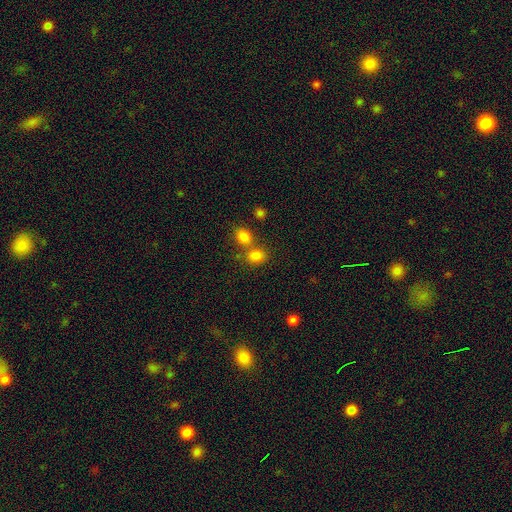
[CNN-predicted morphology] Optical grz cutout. It shows a smooth galaxy with no disk features (79%) that is round (57%). Merging: none (53%).